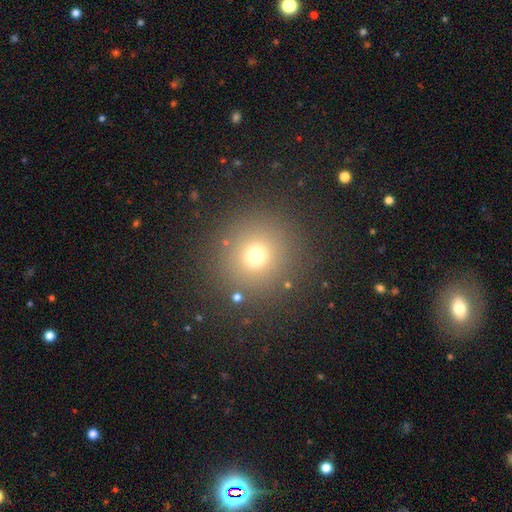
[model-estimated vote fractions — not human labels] Overall: smooth (69%). How rounded: round (94%). Merging: none (87%).